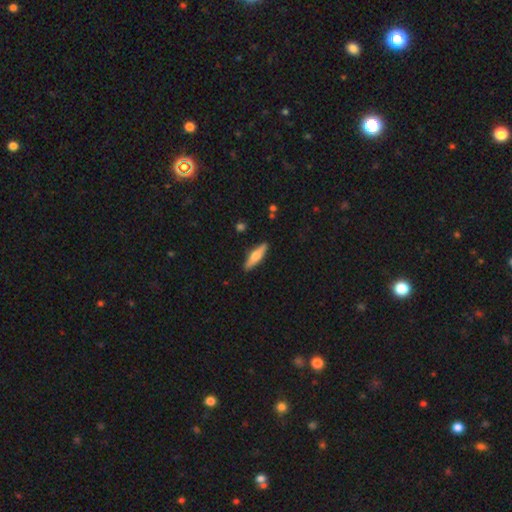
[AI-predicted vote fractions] smooth 58%, featured or disk 36%, star or artifact 6%. Down the decision tree: how rounded — cigar-shaped (70%); merging — none (89%).